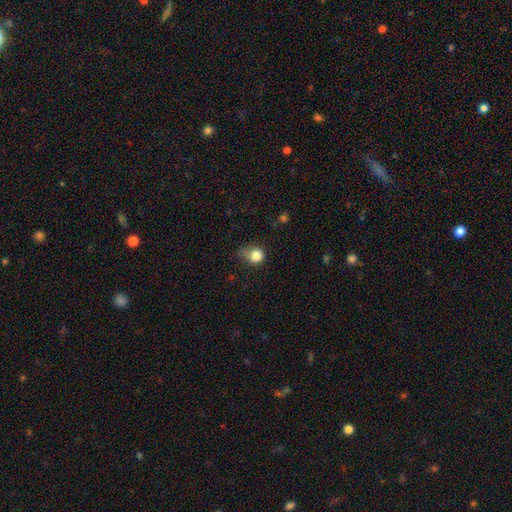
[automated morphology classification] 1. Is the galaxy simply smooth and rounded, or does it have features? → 83% smooth, 10% star or artifact, 7% featured or disk.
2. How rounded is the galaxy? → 78% round, 21% in between, 1% cigar-shaped.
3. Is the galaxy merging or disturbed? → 41% none, 40% minor disturbance, 16% major disturbance, 3% merger.